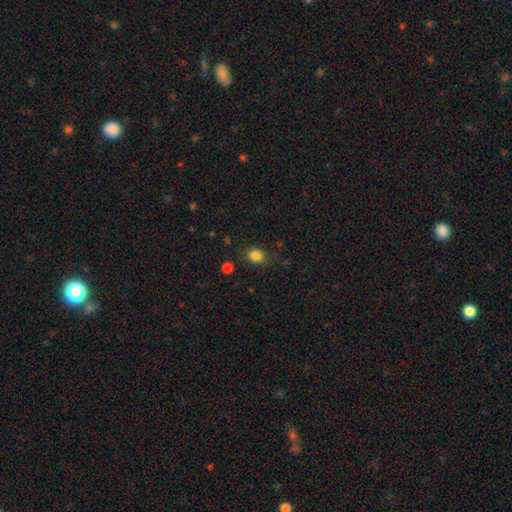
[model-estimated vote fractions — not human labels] Smooth or featured?
  - smooth: 84% *
  - star or artifact: 11%
  - featured or disk: 5%
How rounded?
  - round: 58% *
  - in between: 41%
  - cigar-shaped: 1%
Merging?
  - none: 81% *
  - minor disturbance: 13%
  - major disturbance: 4%
  - merger: 2%